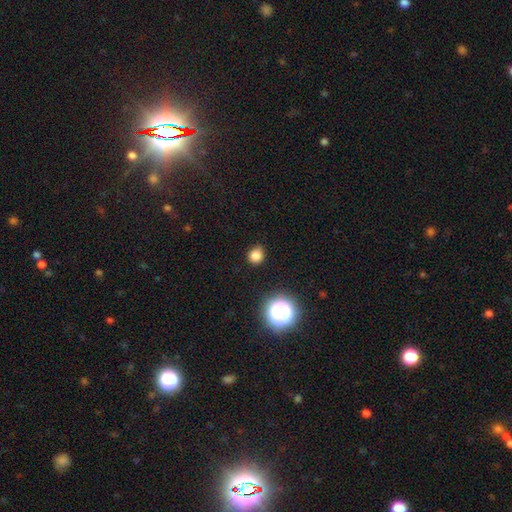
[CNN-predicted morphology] Smooth or featured? Predicted: smooth (p=0.80). How rounded? Predicted: round (p=0.82). Merging? Predicted: none (p=0.85).